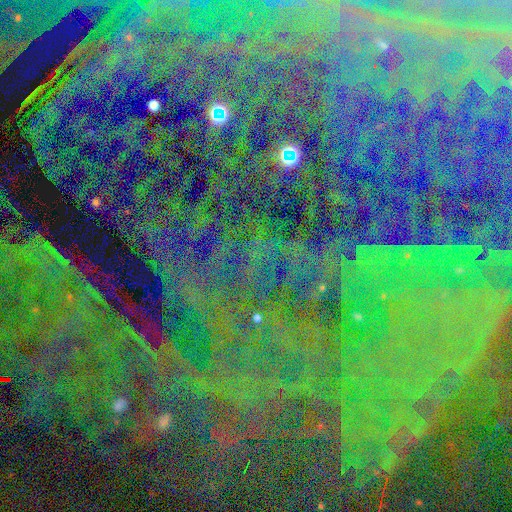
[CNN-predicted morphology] type=star or artifact (86%).